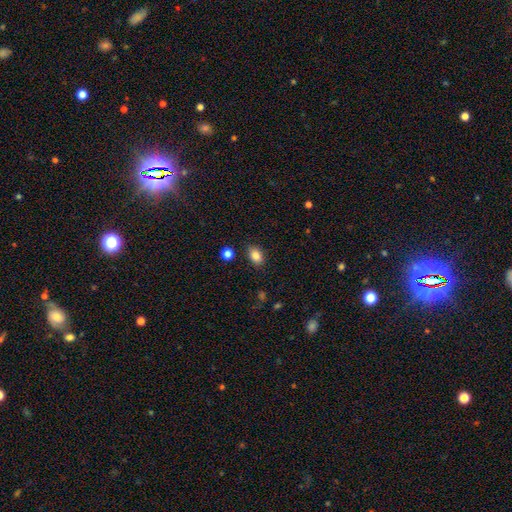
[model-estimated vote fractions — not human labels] Smooth or featured? Predicted: smooth (p=0.84). How rounded? Predicted: in between (p=0.80). Merging? Predicted: none (p=0.84).